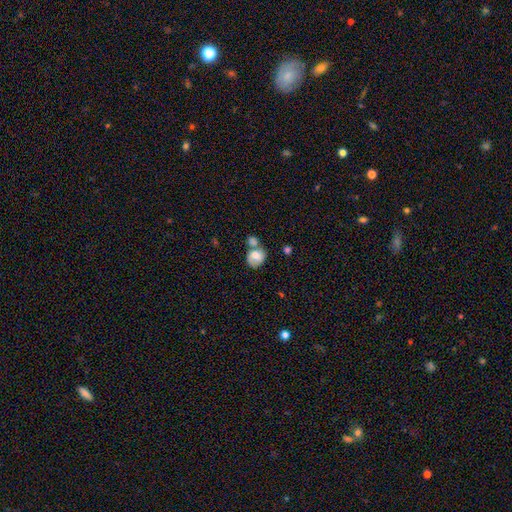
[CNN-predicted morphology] Overall: smooth (67%). How rounded: round (50%; in between 49%). Merging: merger (44%; none 30%).